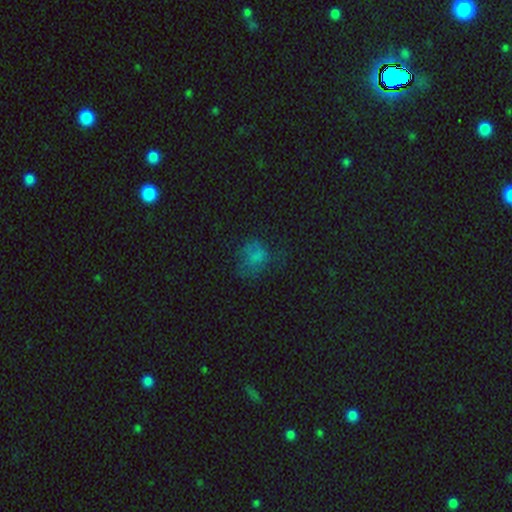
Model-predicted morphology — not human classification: smooth-or-featured: smooth: 60% | star or artifact: 22% | featured or disk: 18%
  how-rounded: round: 52% | in between: 47% | cigar-shaped: 1%
  merging: none: 46% | major disturbance: 27% | minor disturbance: 25% | merger: 2%